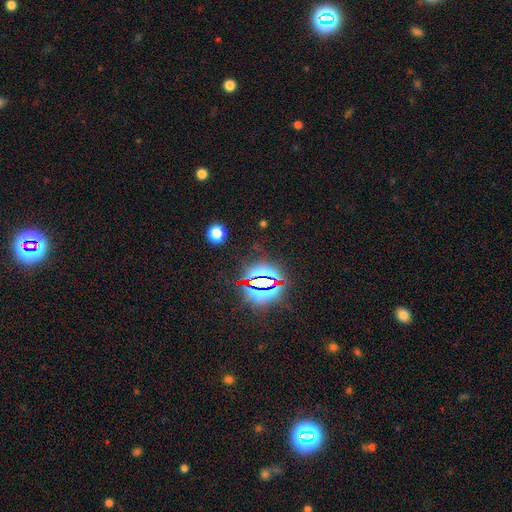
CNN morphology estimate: Smooth or featured: star or artifact — 82% (smooth — 11%)